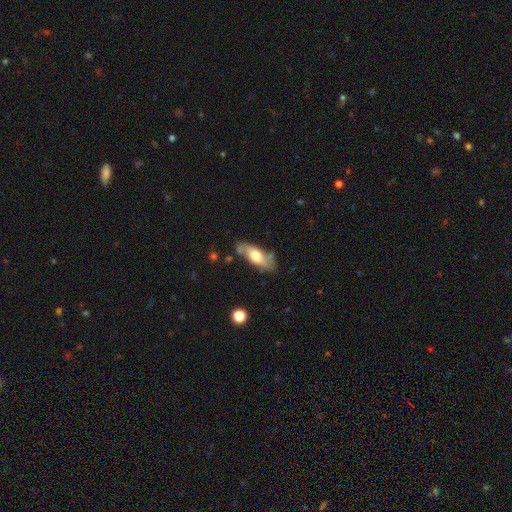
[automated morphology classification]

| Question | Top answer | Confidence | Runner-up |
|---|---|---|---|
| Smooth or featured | smooth | 48% | featured or disk (46%) |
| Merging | none | 67% | minor disturbance (22%) |